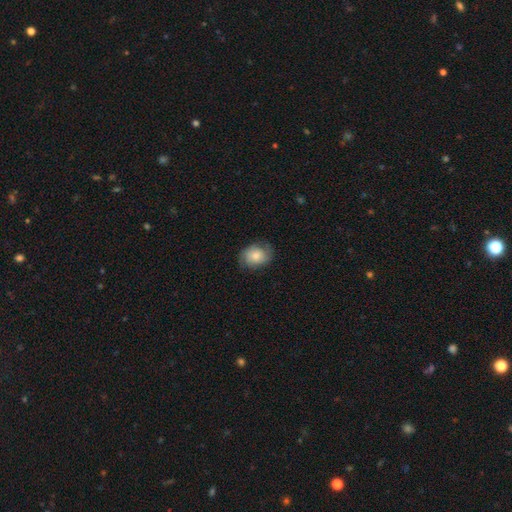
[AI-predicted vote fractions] smooth-or-featured: smooth: 74% | featured or disk: 18% | star or artifact: 8%
  how-rounded: in between: 57% | round: 42% | cigar-shaped: 1%
  merging: none: 71% | minor disturbance: 22% | major disturbance: 6% | merger: 1%